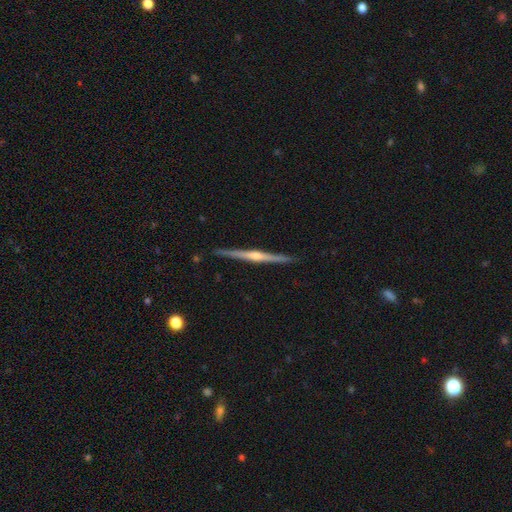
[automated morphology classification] This is clearly a featured or disk galaxy (83%). It is clearly viewed edge-on (99%). Edge-on bulge: clearly rounded (82%). Merging: clearly none (91%).